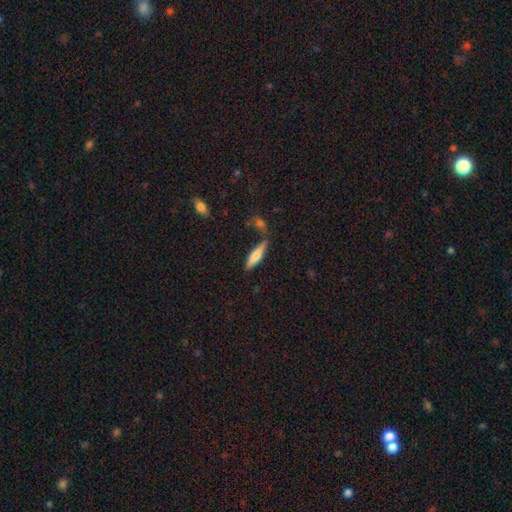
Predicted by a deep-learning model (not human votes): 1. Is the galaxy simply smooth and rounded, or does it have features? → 65% smooth, 28% featured or disk, 6% star or artifact.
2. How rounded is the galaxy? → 71% cigar-shaped, 28% in between, 2% round.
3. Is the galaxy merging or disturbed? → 68% none, 16% minor disturbance, 10% merger, 5% major disturbance.